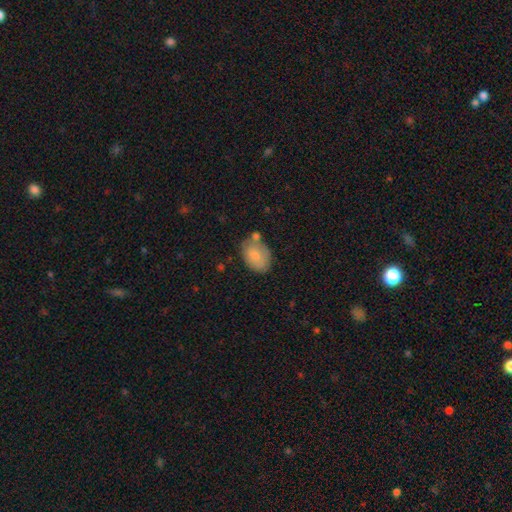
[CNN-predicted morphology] Smooth or featured?
  - smooth: 79% *
  - featured or disk: 14%
  - star or artifact: 7%
How rounded?
  - in between: 82% *
  - round: 17%
  - cigar-shaped: 1%
Merging?
  - none: 56% *
  - minor disturbance: 24%
  - merger: 13%
  - major disturbance: 7%